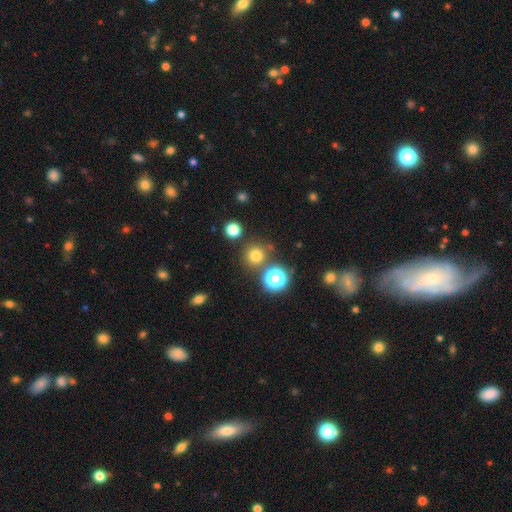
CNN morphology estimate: Q: Smooth or featured?
A: smooth (73%); runner-up: star or artifact (20%)
Q: How rounded?
A: round (93%); runner-up: in between (6%)
Q: Merging?
A: none (80%); runner-up: merger (9%)